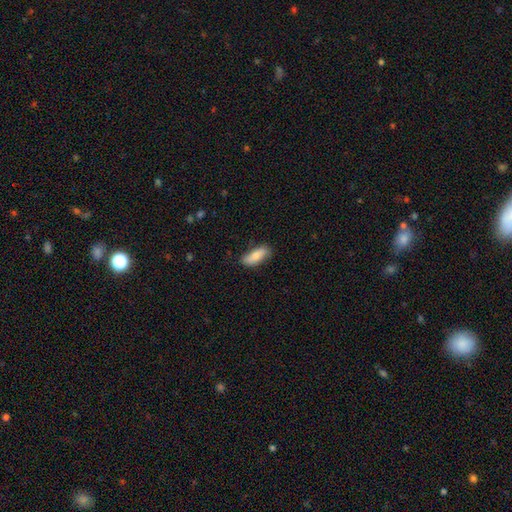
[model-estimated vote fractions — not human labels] smooth 83%, featured or disk 11%, star or artifact 6%. Down the decision tree: how rounded — in between (73%); merging — none (78%).